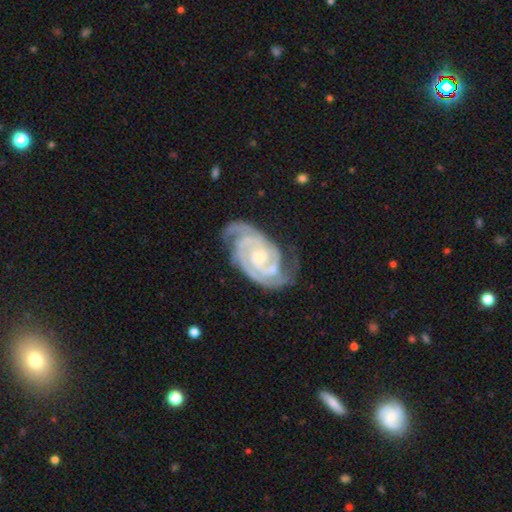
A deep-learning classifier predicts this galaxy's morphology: Smooth or featured: featured or disk — 91% (star or artifact — 5%)
Edge-on disk: no — 97% (yes — 3%)
Bar: no — 59% (weak — 28%)
Spiral arms: yes — 98% (no — 2%)
Spiral winding: tight — 76% (medium — 21%)
Spiral arm count: 2 — 54% (3 — 25%)
Bulge size: moderate — 49% (small — 44%)
Merging: none — 76% (minor disturbance — 17%)